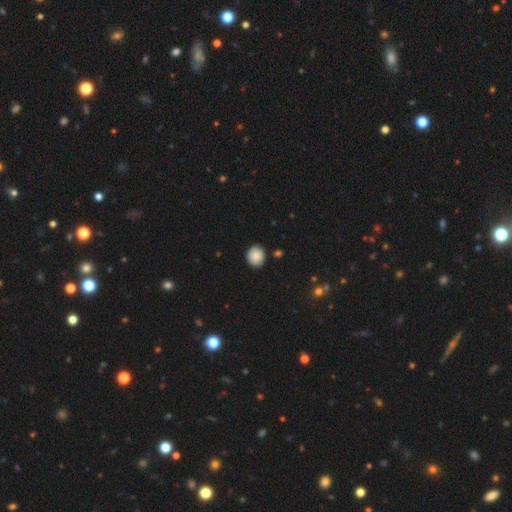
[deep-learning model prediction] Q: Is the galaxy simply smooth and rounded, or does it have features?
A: smooth — 88%.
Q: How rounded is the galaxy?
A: round — 76%.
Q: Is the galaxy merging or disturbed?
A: none — 88%.